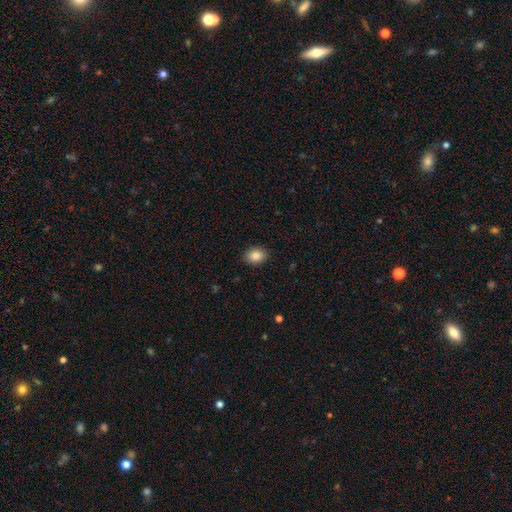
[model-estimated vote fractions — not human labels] smooth 87%, star or artifact 8%, featured or disk 5%. Down the decision tree: how rounded — in between (65%); merging — none (90%).